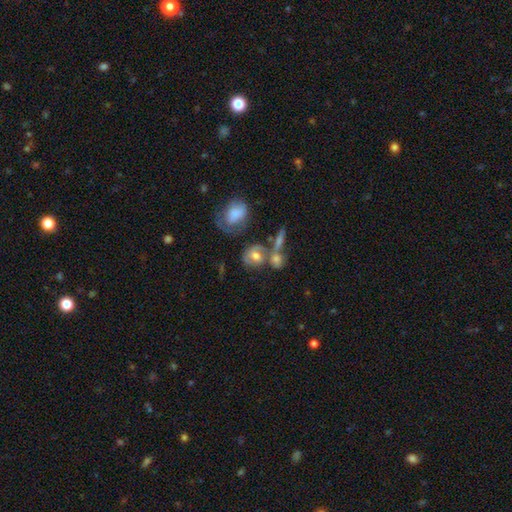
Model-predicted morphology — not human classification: Smooth or featured? smooth (56%)
How rounded? in between (51%)
Merging? none (36%, tied with merger)